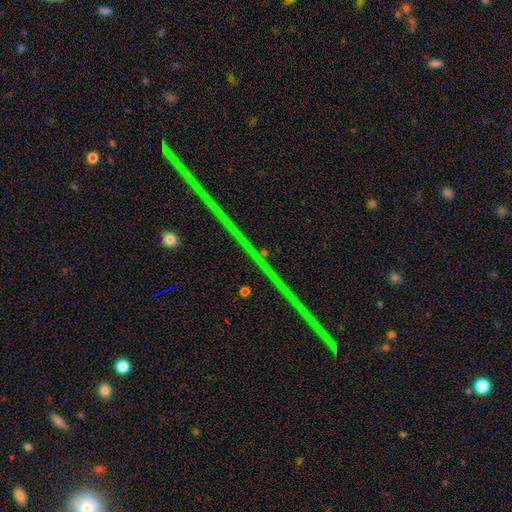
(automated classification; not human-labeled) Q: Smooth or featured?
A: star or artifact (85%); runner-up: featured or disk (9%)